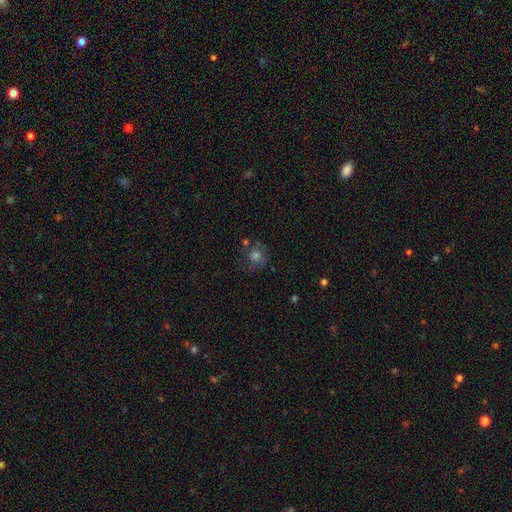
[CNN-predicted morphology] Smooth or featured: smooth — 62% (featured or disk — 21%)
How rounded: round — 85% (in between — 14%)
Merging: none — 63% (minor disturbance — 19%)